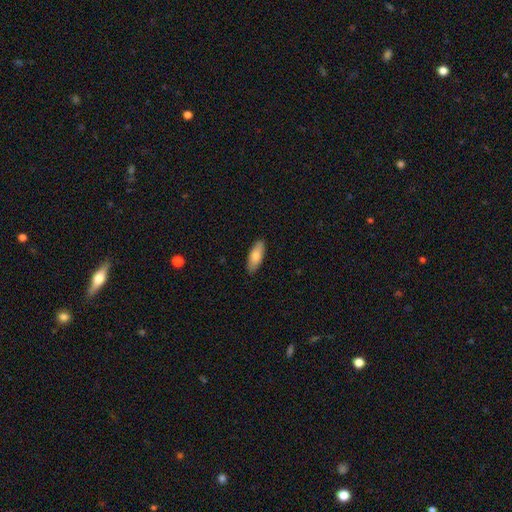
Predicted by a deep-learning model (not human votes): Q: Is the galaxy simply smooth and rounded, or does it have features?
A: smooth — 80%.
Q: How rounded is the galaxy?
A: in between — 72%.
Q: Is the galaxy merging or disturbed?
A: none — 88%.